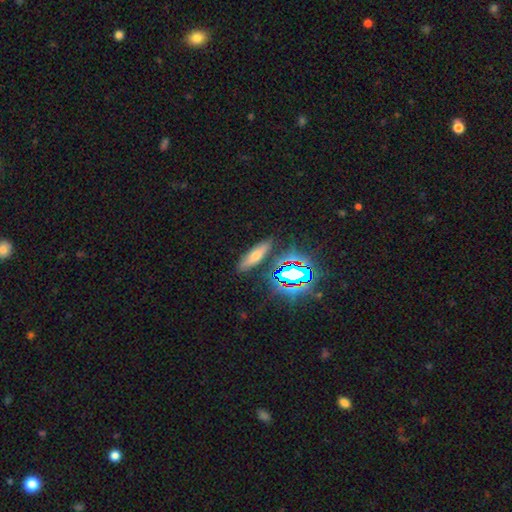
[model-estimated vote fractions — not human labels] smooth 52%, star or artifact 26%, featured or disk 22%. Down the decision tree: how rounded — cigar-shaped (54%); merging — none (85%).